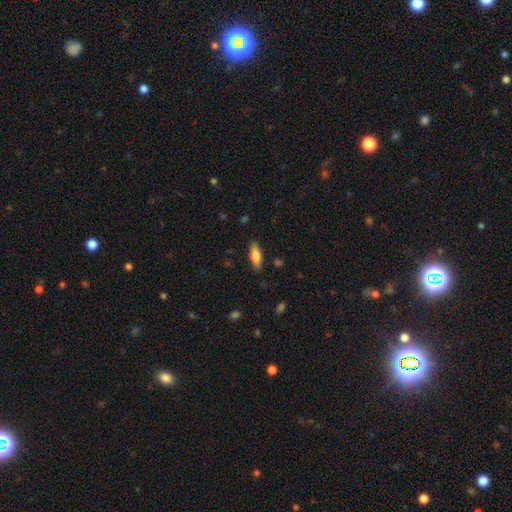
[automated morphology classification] type=smooth (78%); roundness=in between (57%); merging=none (85%).